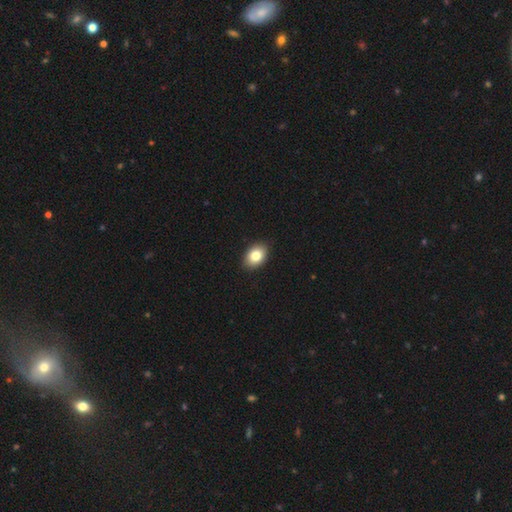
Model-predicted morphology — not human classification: Smooth or featured? Predicted: smooth (p=0.82). How rounded? Predicted: in between (p=0.81). Merging? Predicted: none (p=0.90).